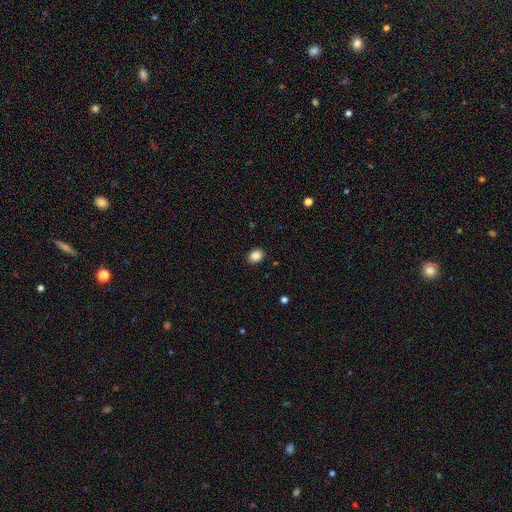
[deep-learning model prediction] smooth_or_featured: smooth (p=0.86) [alt: star or artifact p=0.09]
how_rounded: in between (p=0.52) [alt: round p=0.47]
merging: none (p=0.90) [alt: minor disturbance p=0.07]